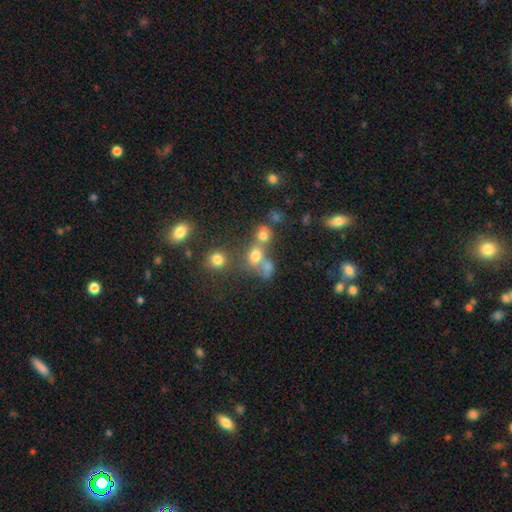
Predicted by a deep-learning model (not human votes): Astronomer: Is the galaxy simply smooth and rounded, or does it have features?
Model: smooth — 66%.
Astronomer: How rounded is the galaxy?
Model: round — 69%.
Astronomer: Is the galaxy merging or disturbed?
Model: merger — 42% (runner-up: none, 40%).